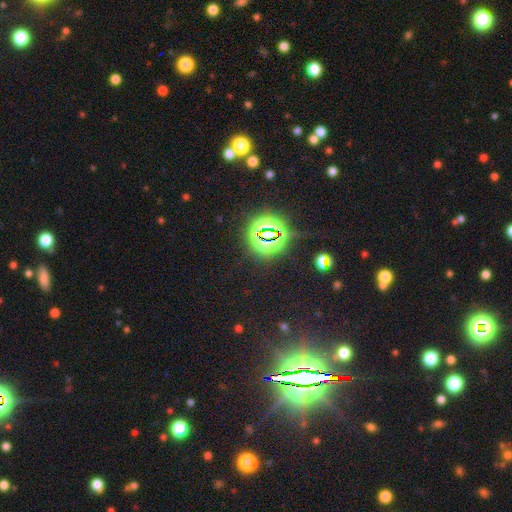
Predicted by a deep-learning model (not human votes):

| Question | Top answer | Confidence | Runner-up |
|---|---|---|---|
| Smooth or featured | star or artifact | 84% | smooth (9%) |